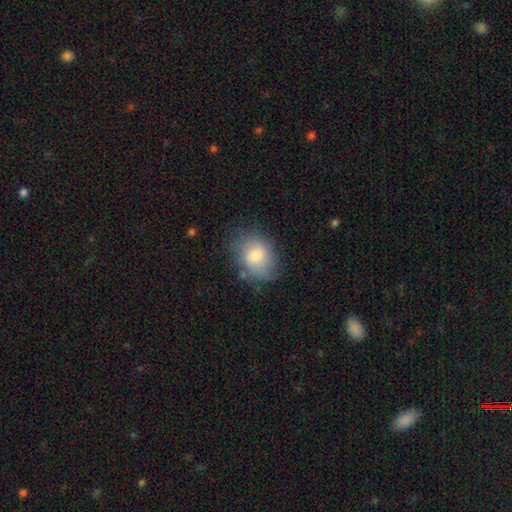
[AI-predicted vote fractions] smooth 77%, featured or disk 15%, star or artifact 8%. Down the decision tree: how rounded — in between (66%); merging — none (70%).